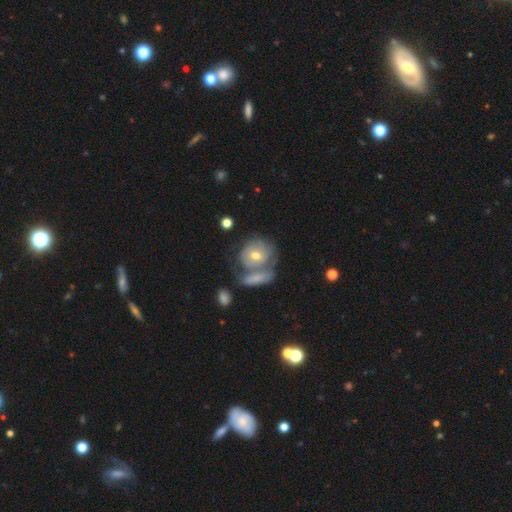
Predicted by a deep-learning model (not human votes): Smooth or featured? featured or disk (55%)
Edge-on disk? no (92%)
Bar? no (71%)
Spiral arms? yes (60%)
Bulge size? moderate (59%)
Merging? none (48%)